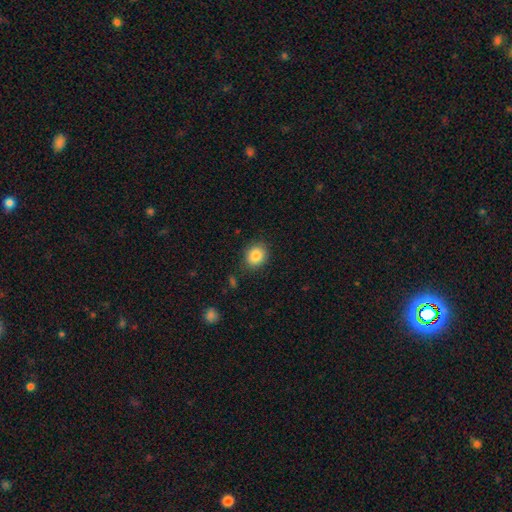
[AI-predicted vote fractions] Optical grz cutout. It shows a smooth galaxy with no disk features (85%) that is round (65%). Merging: none (85%).